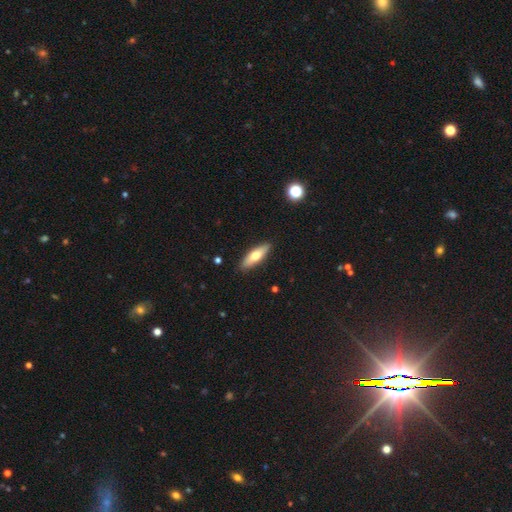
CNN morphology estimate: type=smooth (61%); roundness=cigar-shaped (50%); merging=none (89%).